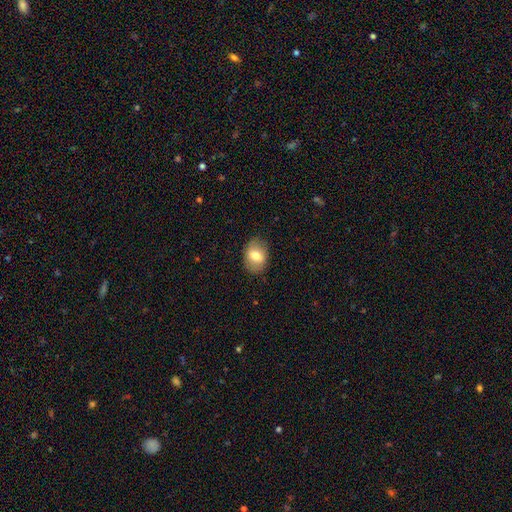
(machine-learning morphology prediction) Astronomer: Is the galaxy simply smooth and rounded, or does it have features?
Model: smooth — 71%.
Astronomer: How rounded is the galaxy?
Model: in between — 70%.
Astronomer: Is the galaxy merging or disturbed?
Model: none — 84%.